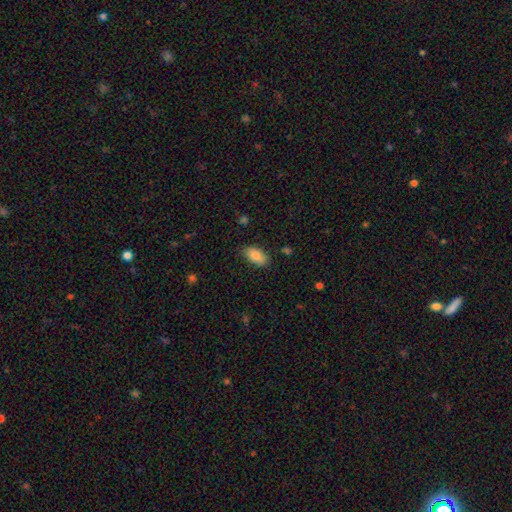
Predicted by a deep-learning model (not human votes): A smooth galaxy with no disk features (86%) that is in between round and cigar-shaped (93%). Merging: none (82%).